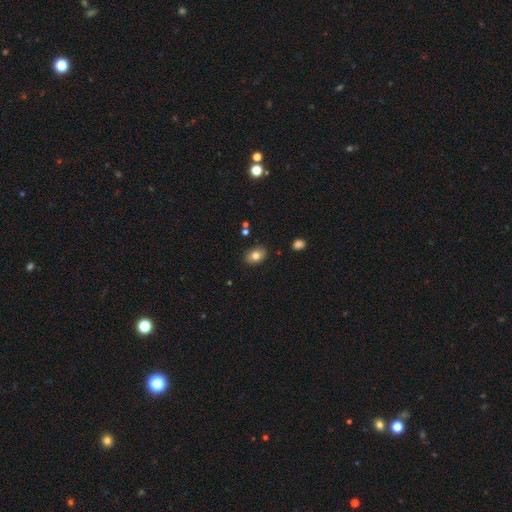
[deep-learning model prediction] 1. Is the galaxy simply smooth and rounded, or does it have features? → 79% smooth, 11% featured or disk, 10% star or artifact.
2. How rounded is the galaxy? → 70% in between, 29% round, 1% cigar-shaped.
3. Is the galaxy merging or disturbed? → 84% none, 12% minor disturbance, 2% major disturbance, 2% merger.